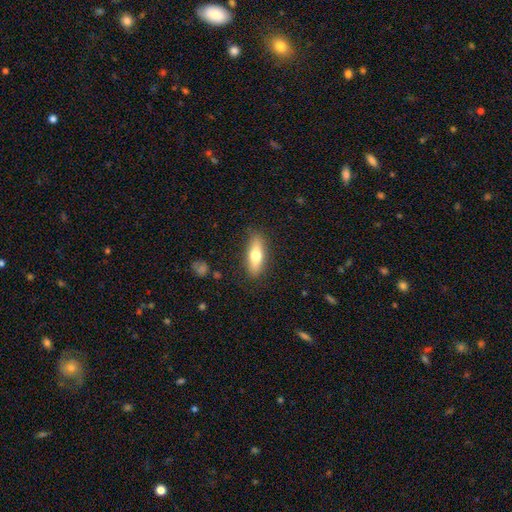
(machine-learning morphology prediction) smooth 67%, featured or disk 27%, star or artifact 6%. Down the decision tree: how rounded — in between (53%); merging — none (85%).